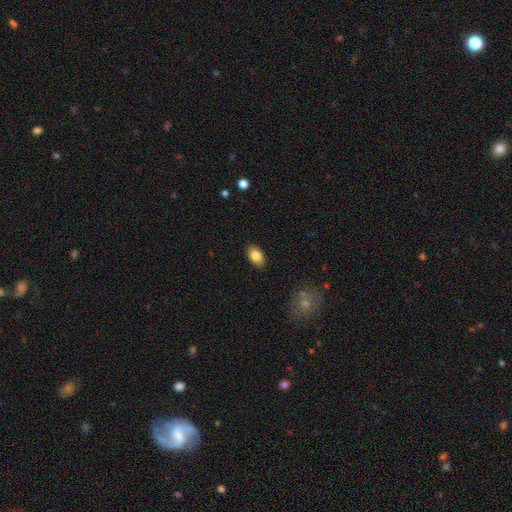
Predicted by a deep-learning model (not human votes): Overall: smooth (84%). How rounded: in between (90%). Merging: none (87%).